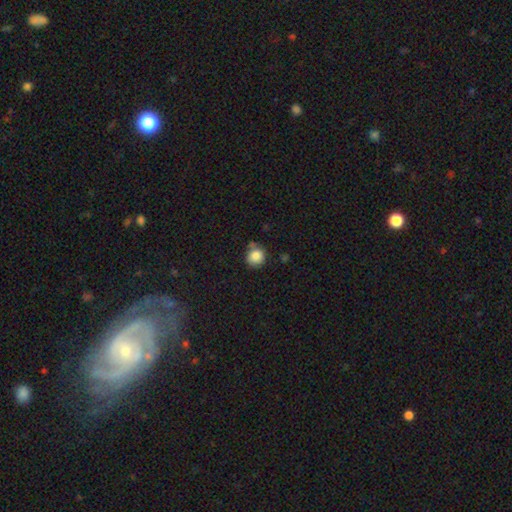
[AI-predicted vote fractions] Morphology: type=smooth (85%); roundness=round (88%); merging=none (68%).